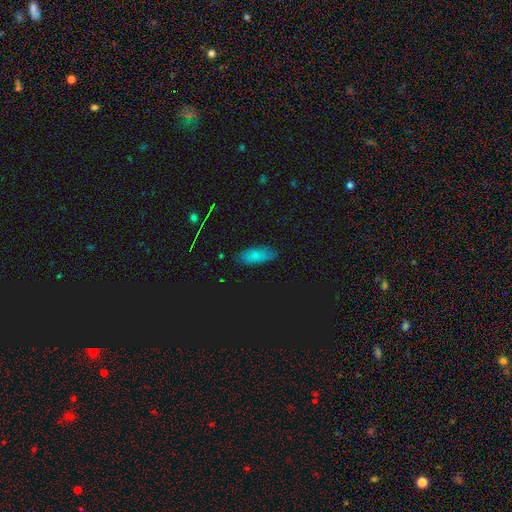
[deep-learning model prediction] The model was most divided on "smooth or featured": smooth: 68%, star or artifact: 21%, featured or disk: 11%. More confident: merging — none (83%); how rounded — in between (82%).